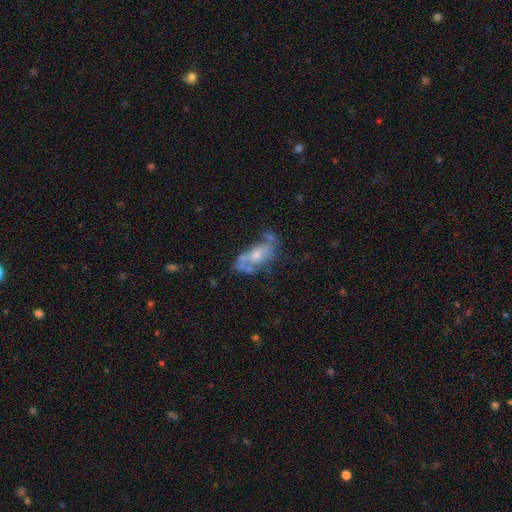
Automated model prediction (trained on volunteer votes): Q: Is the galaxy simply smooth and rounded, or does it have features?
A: featured or disk — 61%.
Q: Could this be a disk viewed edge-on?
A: no — 88%.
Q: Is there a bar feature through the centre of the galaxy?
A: no — 71%.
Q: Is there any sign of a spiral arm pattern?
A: yes — 51%.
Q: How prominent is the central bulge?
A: moderate — 49%.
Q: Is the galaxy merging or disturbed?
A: none — 41%.